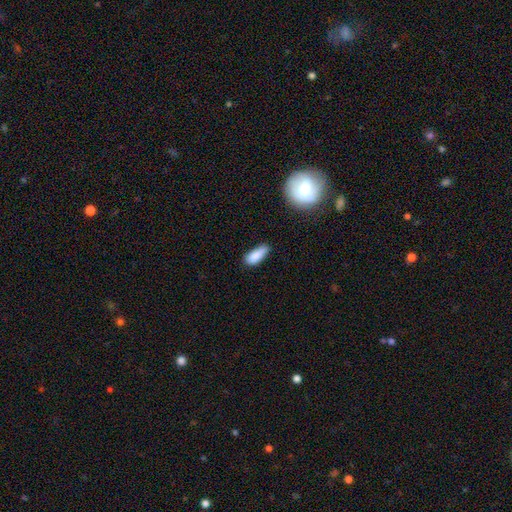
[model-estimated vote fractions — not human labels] Q: Smooth or featured?
A: smooth (86%); runner-up: star or artifact (8%)
Q: How rounded?
A: in between (78%); runner-up: cigar-shaped (20%)
Q: Merging?
A: none (59%); runner-up: minor disturbance (32%)